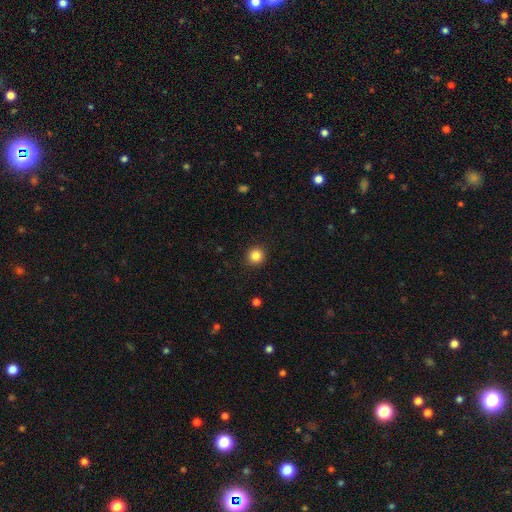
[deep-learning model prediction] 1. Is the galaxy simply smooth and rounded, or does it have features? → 85% smooth, 11% star or artifact, 4% featured or disk.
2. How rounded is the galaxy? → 93% round, 6% in between, 1% cigar-shaped.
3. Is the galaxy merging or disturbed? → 92% none, 5% minor disturbance, 2% major disturbance, 1% merger.